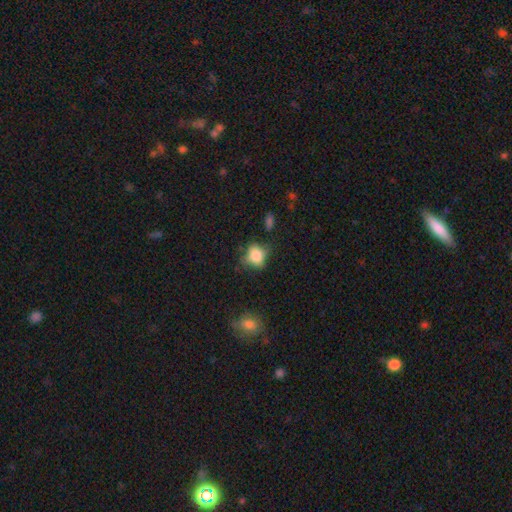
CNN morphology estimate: A smooth galaxy with no disk features (78%) that is round (54%).

Vote fractions:
- Smooth or featured? smooth: 78% / featured or disk: 12% / star or artifact: 11%
- How rounded? round: 54% / in between: 45% / cigar-shaped: 2%
- Merging? none: 55% / minor disturbance: 30% / major disturbance: 11% / merger: 4%